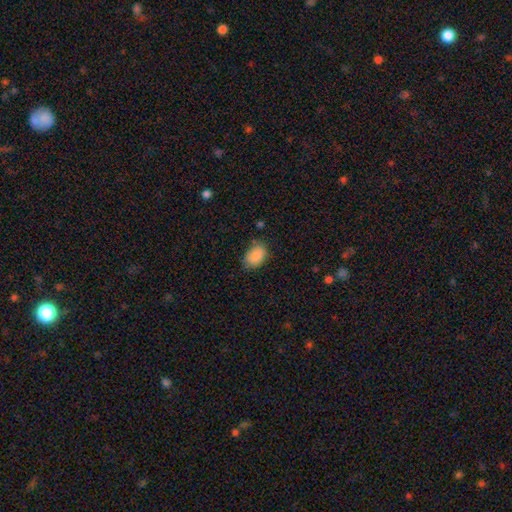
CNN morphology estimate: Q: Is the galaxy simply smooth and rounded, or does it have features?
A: smooth — 88%.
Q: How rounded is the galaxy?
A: in between — 83%.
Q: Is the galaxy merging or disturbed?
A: none — 74%.